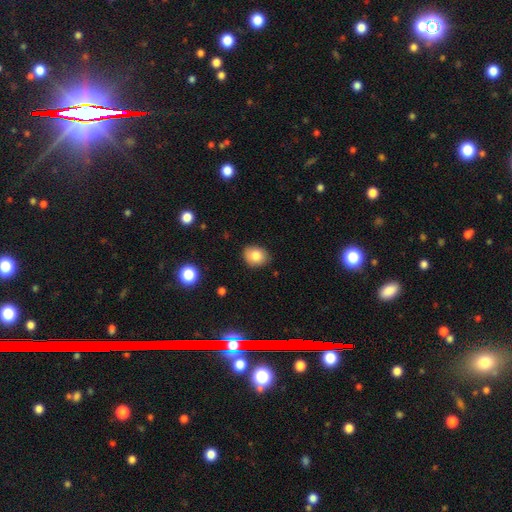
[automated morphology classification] The model was most divided on "how rounded": in between: 51%, round: 48%, cigar-shaped: 1%. More confident: merging — none (83%); smooth or featured — smooth (82%).